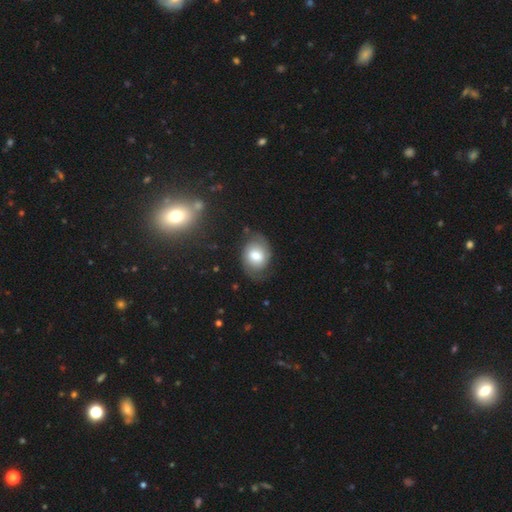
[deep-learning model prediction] Smooth or featured? featured or disk (53%)
Edge-on disk? no (97%)
Bar? no (56%)
Spiral arms? yes (84%)
Bulge size? moderate (60%)
Merging? none (70%)